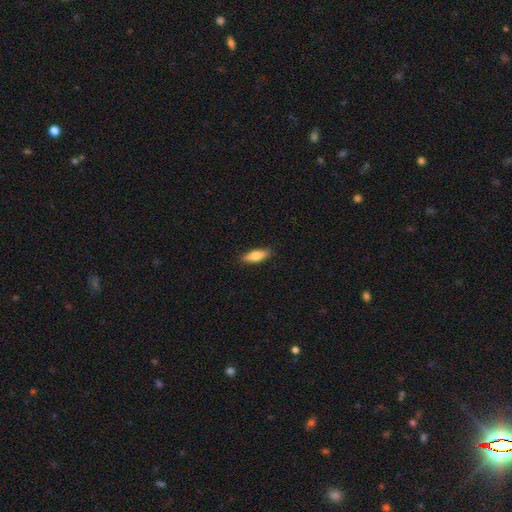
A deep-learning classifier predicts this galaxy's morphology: This appears to be a smooth galaxy with no disk features (71%) that is in between round and cigar-shaped (55%). Merging: none (88%).